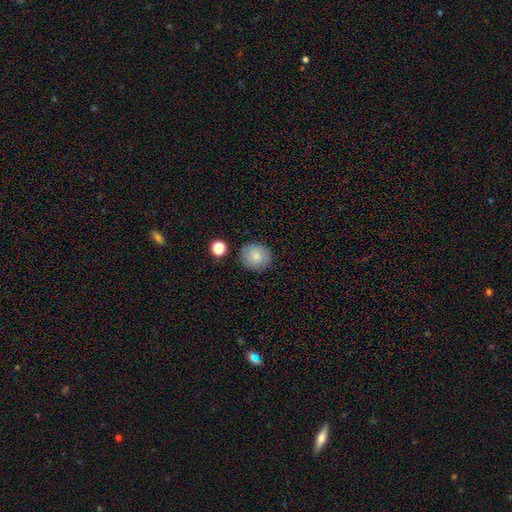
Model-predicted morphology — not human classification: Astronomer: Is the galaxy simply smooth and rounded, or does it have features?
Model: smooth — 82%.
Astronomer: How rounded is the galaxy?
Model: round — 85%.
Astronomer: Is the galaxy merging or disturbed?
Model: none — 84%.